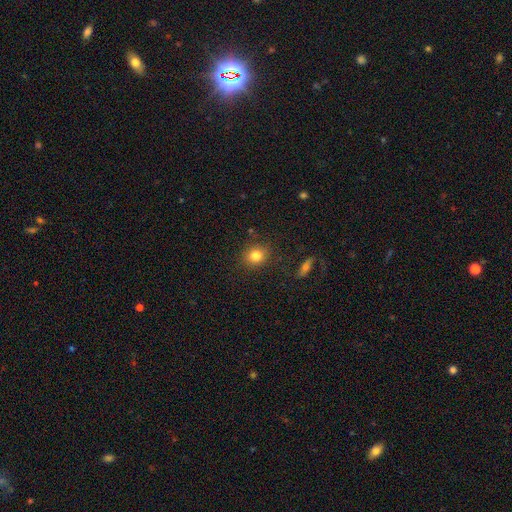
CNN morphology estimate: Smooth or featured: smooth — 81% (star or artifact — 11%)
How rounded: round — 75% (in between — 23%)
Merging: none — 86% (minor disturbance — 9%)